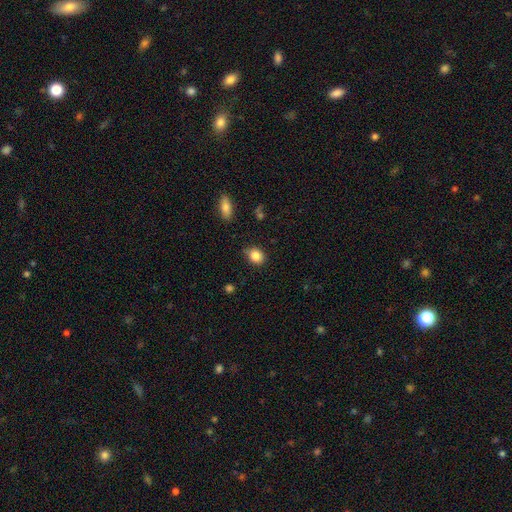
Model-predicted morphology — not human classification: This appears to be a smooth galaxy with no disk features (86%) that is round (50%). Merging: none (78%).